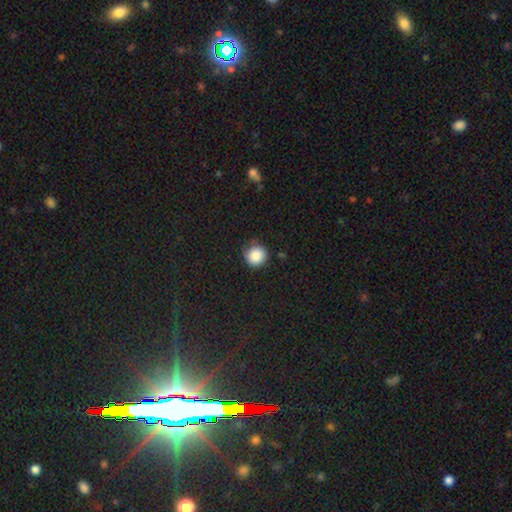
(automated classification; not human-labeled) Smooth or featured? smooth (86%)
How rounded? round (94%)
Merging? none (82%)